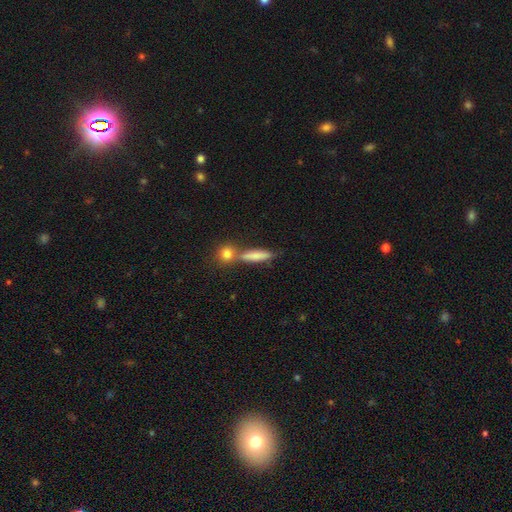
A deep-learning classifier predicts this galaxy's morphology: smooth-or-featured: smooth: 77% | featured or disk: 15% | star or artifact: 8%
  how-rounded: cigar-shaped: 66% | in between: 28% | round: 6%
  merging: none: 55% | merger: 29% | minor disturbance: 12% | major disturbance: 5%